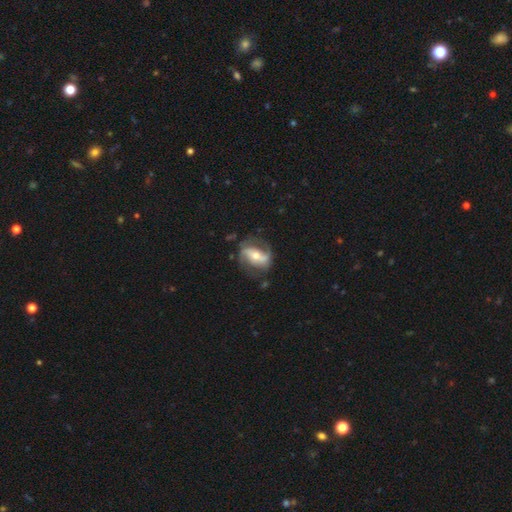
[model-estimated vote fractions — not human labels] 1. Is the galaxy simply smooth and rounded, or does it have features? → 76% featured or disk, 18% smooth, 6% star or artifact.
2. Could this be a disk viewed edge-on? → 92% no, 8% yes.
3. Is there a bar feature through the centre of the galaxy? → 54% strong, 25% weak, 21% no.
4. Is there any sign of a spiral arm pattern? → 81% yes, 19% no.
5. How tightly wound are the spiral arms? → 41% medium, 35% loose, 24% tight.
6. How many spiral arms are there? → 83% 2, 9% can't tell, 4% 1, 2% 3, 1% 4, 1% more than 4.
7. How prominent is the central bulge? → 59% moderate, 34% small, 5% large, 1% dominant, 1% none.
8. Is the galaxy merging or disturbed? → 67% none, 19% minor disturbance, 12% major disturbance, 2% merger.